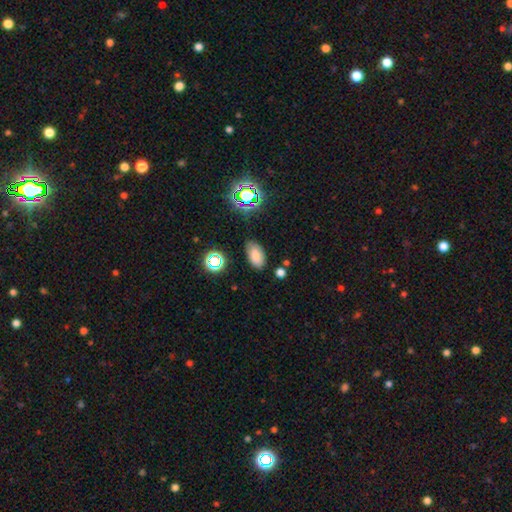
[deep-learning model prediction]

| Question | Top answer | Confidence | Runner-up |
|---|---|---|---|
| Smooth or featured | smooth | 74% | star or artifact (17%) |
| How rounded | in between | 93% | round (5%) |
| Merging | none | 80% | minor disturbance (14%) |